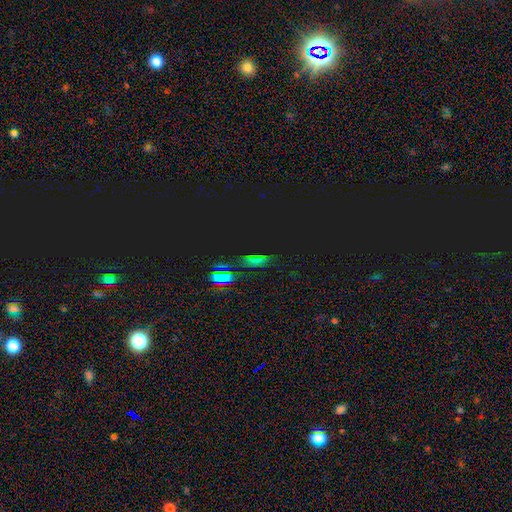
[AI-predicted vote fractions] smooth-or-featured: star or artifact: 68% | smooth: 21% | featured or disk: 10%